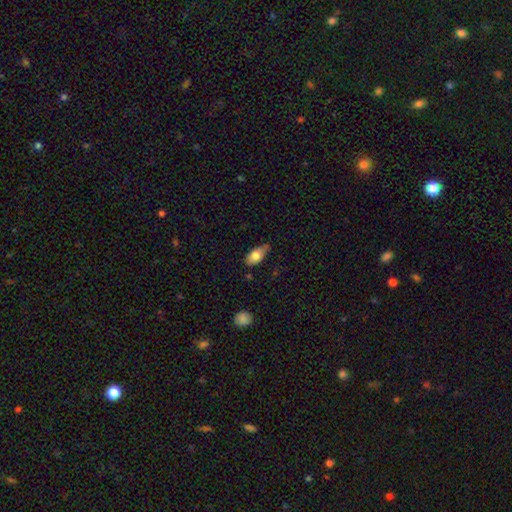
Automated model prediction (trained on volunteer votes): Smooth or featured: smooth — 78% (featured or disk — 15%)
How rounded: in between — 90% (cigar-shaped — 7%)
Merging: none — 65% (minor disturbance — 28%)